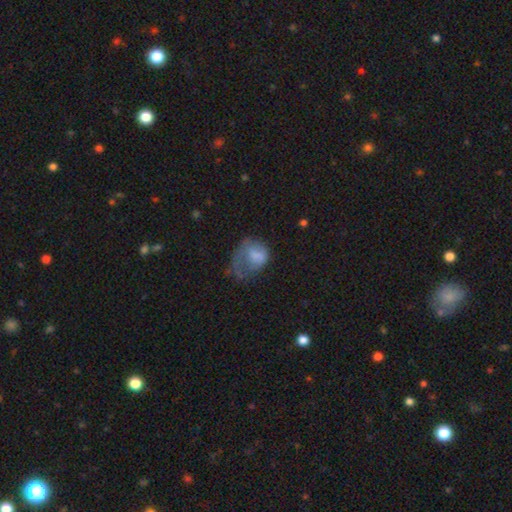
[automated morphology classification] Smooth or featured? smooth (61%)
How rounded? in between (60%)
Merging? major disturbance (52%)